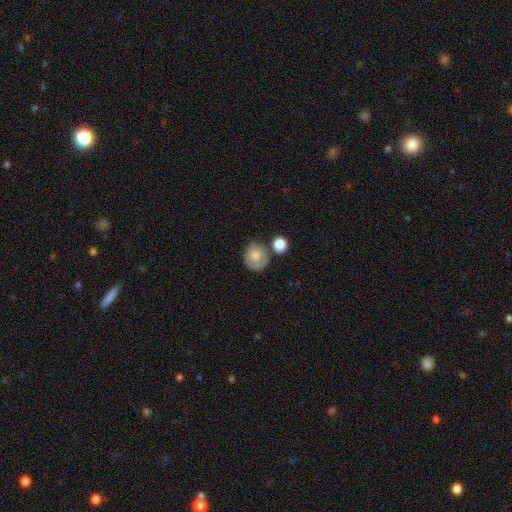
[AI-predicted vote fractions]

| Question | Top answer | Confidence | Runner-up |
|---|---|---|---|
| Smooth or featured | smooth | 70% | featured or disk (21%) |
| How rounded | round | 81% | in between (18%) |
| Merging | none | 61% | minor disturbance (20%) |